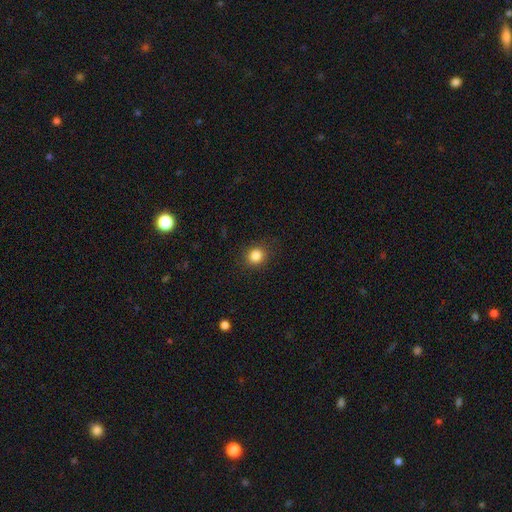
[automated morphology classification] Smooth or featured: smooth — 84% (star or artifact — 11%)
How rounded: round — 85% (in between — 14%)
Merging: none — 89% (minor disturbance — 8%)